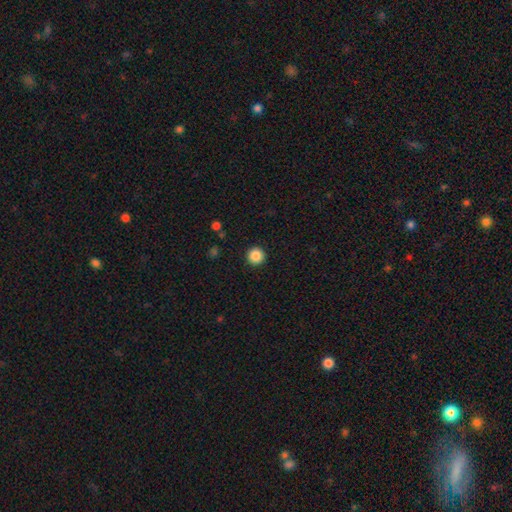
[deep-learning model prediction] A smooth galaxy with no disk features (87%) that is round (96%).

Vote fractions:
- Smooth or featured? smooth: 87% / star or artifact: 10% / featured or disk: 3%
- How rounded? round: 96% / in between: 3% / cigar-shaped: 1%
- Merging? none: 93% / minor disturbance: 4% / major disturbance: 2% / merger: 1%